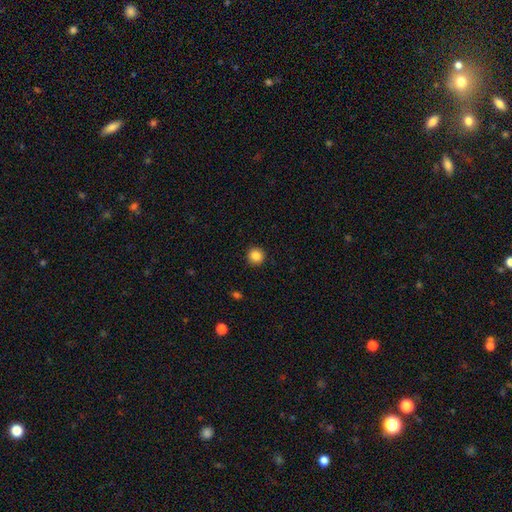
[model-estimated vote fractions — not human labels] This appears to be a smooth galaxy with no disk features (86%) that is round (94%). Merging: none (92%).